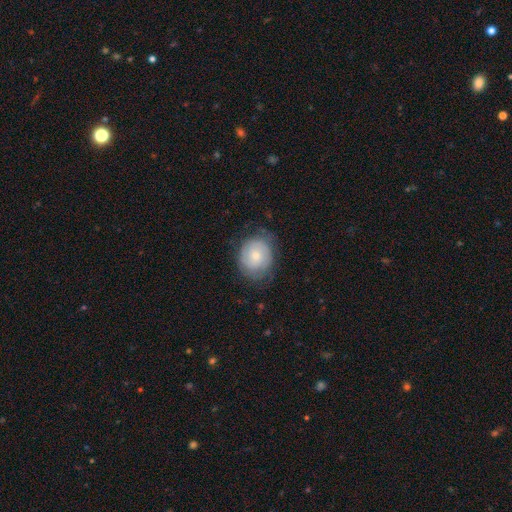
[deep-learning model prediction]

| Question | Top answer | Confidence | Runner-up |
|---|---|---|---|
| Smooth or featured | smooth | 54% | featured or disk (39%) |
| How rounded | round | 68% | in between (32%) |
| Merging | none | 67% | minor disturbance (24%) |